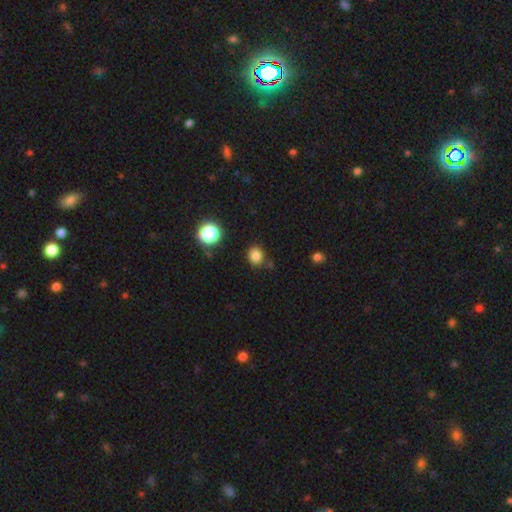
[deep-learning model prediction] Smooth or featured: smooth — 82% (star or artifact — 14%)
How rounded: round — 70% (in between — 29%)
Merging: none — 80% (minor disturbance — 12%)